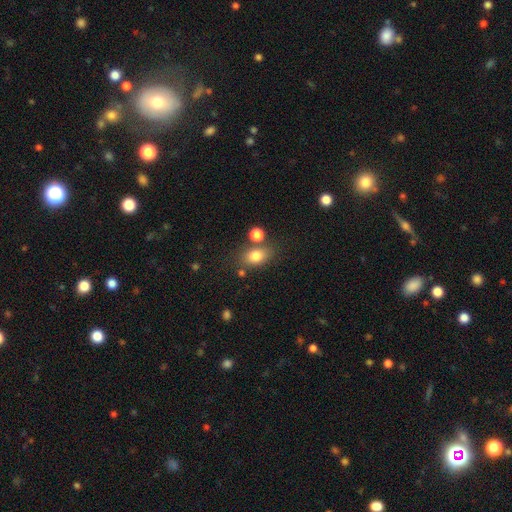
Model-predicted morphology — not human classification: smooth 78%, star or artifact 11%, featured or disk 11%. Down the decision tree: how rounded — in between (71%); merging — none (67%).